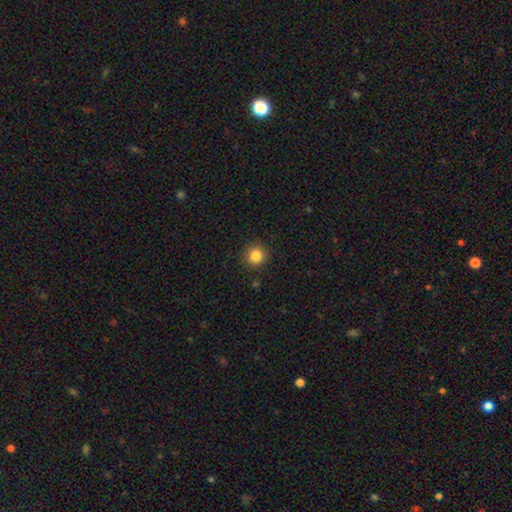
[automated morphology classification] This appears to be a smooth galaxy with no disk features (84%) that is round (94%). Merging: none (90%).